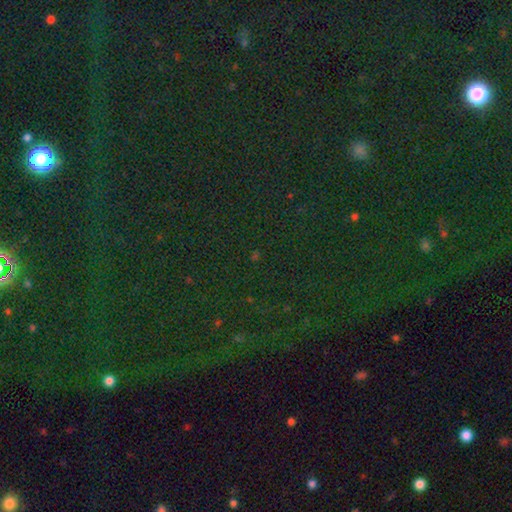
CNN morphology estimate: This is clearly a star or artifact rather than a galaxy (81%).